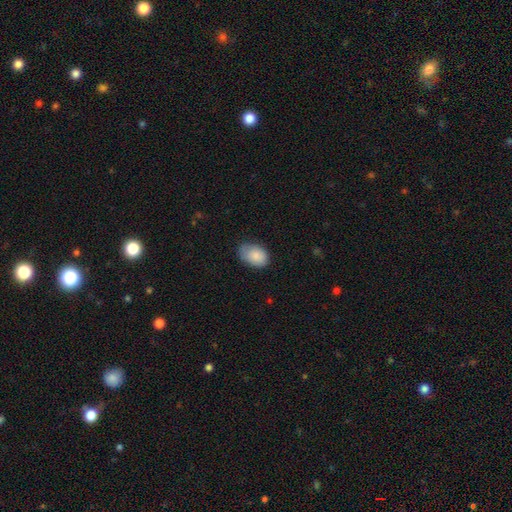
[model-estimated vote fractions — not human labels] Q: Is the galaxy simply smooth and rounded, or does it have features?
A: smooth — 85%.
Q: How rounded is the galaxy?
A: in between — 86%.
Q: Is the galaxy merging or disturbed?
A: none — 65%.